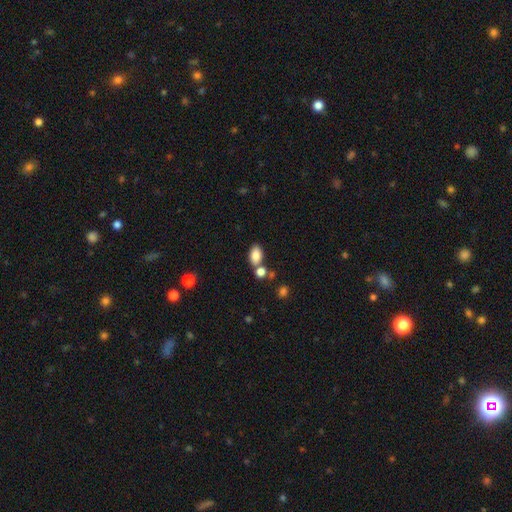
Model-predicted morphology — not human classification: smooth 84%, star or artifact 9%, featured or disk 7%. Down the decision tree: how rounded — in between (90%); merging — none (59%).